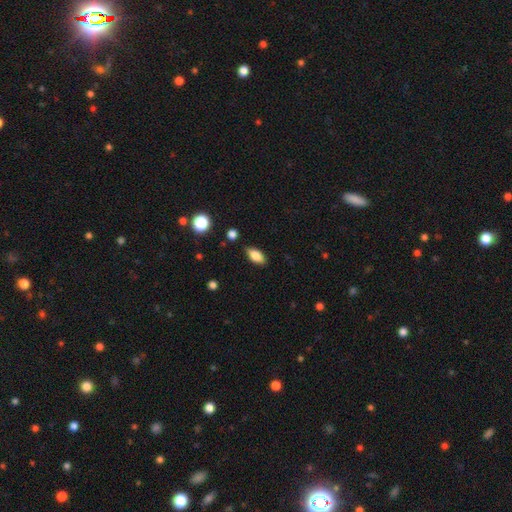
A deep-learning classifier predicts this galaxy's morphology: Smooth or featured: smooth — 78% (featured or disk — 14%)
How rounded: in between — 86% (cigar-shaped — 9%)
Merging: none — 86% (minor disturbance — 10%)